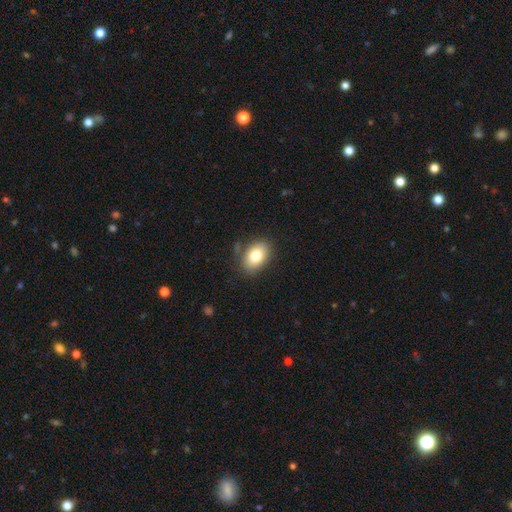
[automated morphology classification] Smooth or featured?
  - smooth: 79% *
  - featured or disk: 13%
  - star or artifact: 9%
How rounded?
  - in between: 81% *
  - round: 17%
  - cigar-shaped: 1%
Merging?
  - none: 82% *
  - minor disturbance: 12%
  - major disturbance: 3%
  - merger: 2%